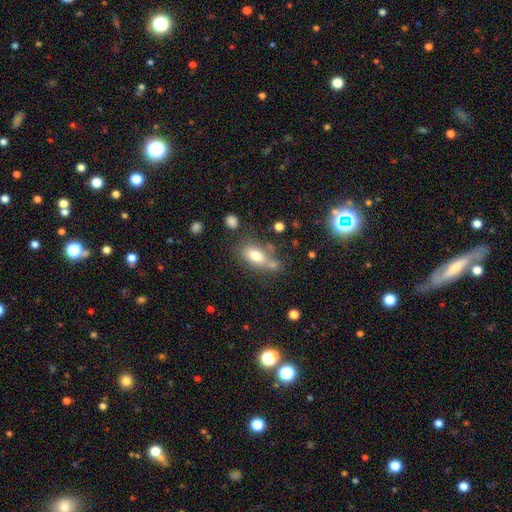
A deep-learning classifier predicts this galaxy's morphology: Q: Smooth or featured?
A: smooth (75%); runner-up: featured or disk (15%)
Q: How rounded?
A: in between (84%); runner-up: round (11%)
Q: Merging?
A: none (52%); runner-up: merger (24%)